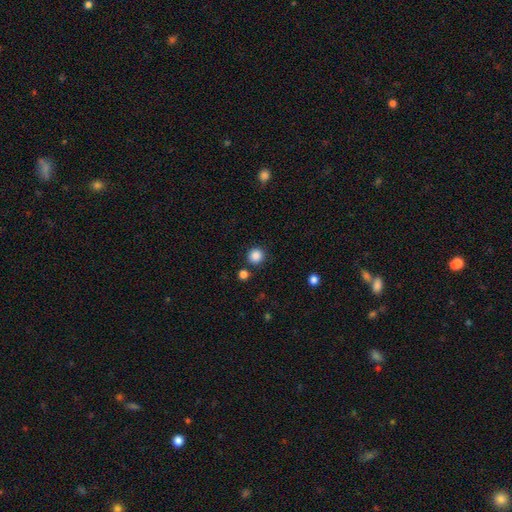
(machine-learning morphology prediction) A smooth galaxy with no disk features (86%) that is round (93%). Merging: none (86%).